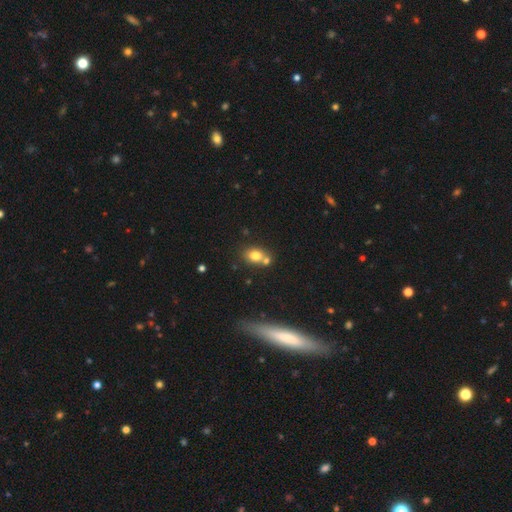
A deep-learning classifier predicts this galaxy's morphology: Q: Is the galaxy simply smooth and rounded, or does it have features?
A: smooth — 76%.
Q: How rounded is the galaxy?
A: in between — 55%.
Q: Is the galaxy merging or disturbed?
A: none — 52%.